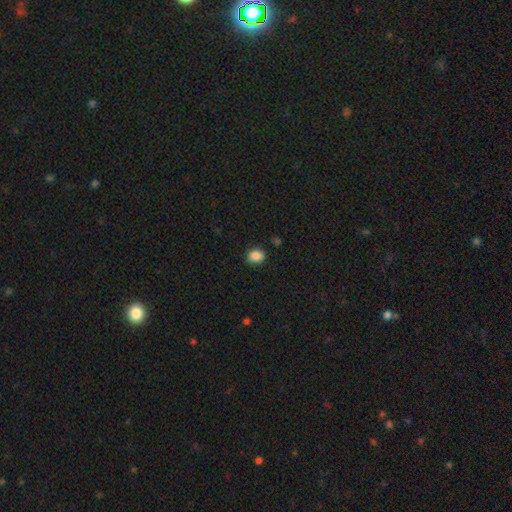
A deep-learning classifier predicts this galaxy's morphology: Smooth or featured? smooth (86%)
How rounded? round (51%)
Merging? none (81%)